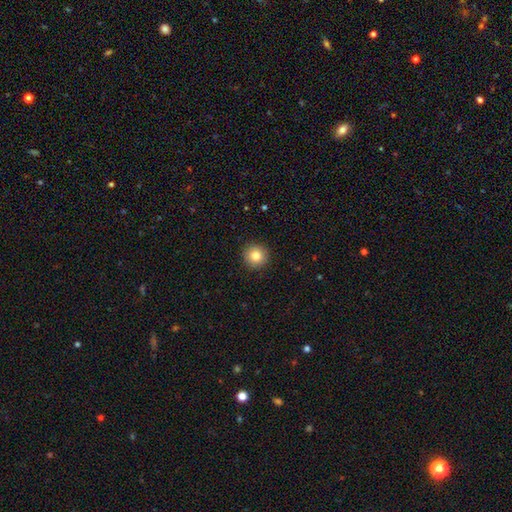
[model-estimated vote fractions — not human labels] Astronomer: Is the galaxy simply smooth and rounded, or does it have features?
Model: smooth — 82%.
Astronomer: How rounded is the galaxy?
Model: round — 95%.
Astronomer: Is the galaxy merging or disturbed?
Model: none — 93%.